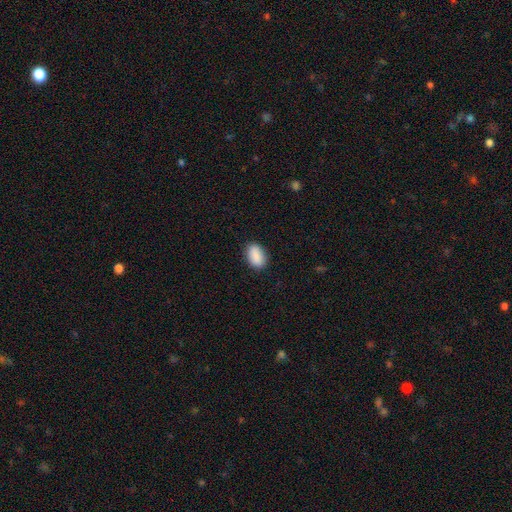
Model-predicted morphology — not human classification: Smooth or featured? Predicted: smooth (p=0.90). How rounded? Predicted: in between (p=0.91). Merging? Predicted: none (p=0.88).